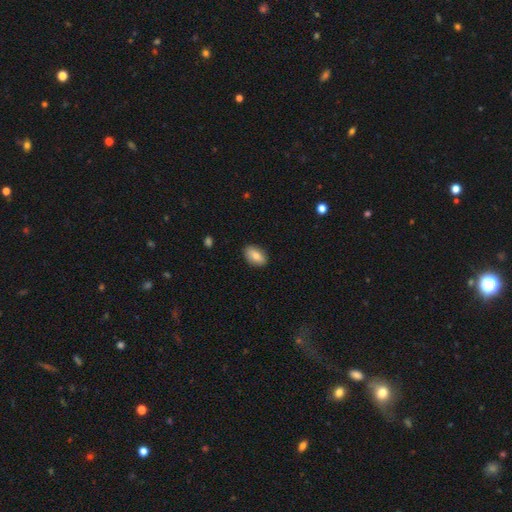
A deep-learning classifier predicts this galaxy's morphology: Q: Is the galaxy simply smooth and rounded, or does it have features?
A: smooth — 78%.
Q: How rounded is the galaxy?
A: in between — 91%.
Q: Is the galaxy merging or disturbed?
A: none — 87%.